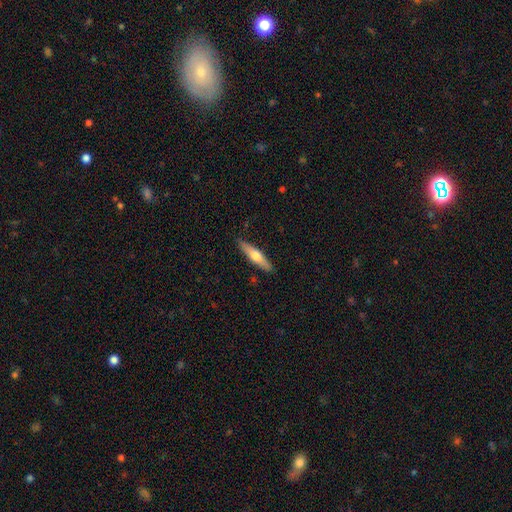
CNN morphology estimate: Smooth or featured: smooth — 50% (featured or disk — 44%)
How rounded: cigar-shaped — 78% (in between — 21%)
Merging: none — 88% (minor disturbance — 9%)